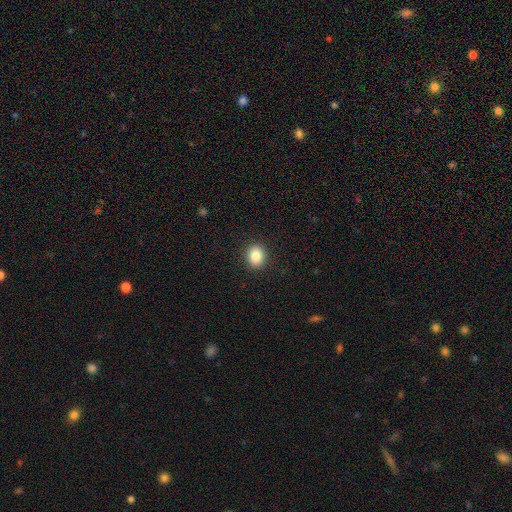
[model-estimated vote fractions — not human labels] smooth_or_featured: smooth (p=0.85) [alt: star or artifact p=0.10]
how_rounded: round (p=0.62) [alt: in between p=0.37]
merging: none (p=0.91) [alt: minor disturbance p=0.06]